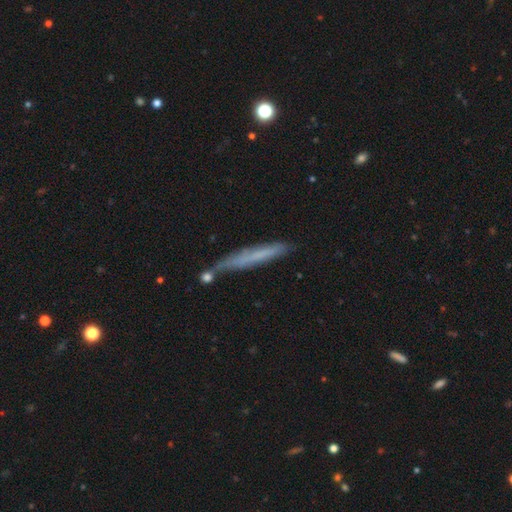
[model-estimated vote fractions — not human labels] This appears to be a smooth galaxy with no disk features (54%) that is cigar-shaped (95%). Merging: none (73%).